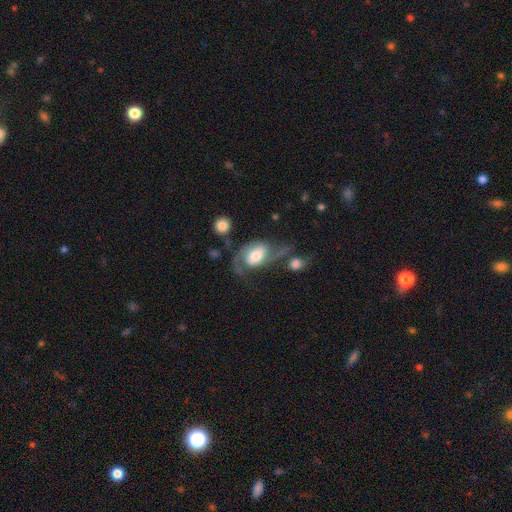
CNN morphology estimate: Smooth or featured?
  - featured or disk: 69% *
  - smooth: 25%
  - star or artifact: 6%
Edge-on disk?
  - no: 96% *
  - yes: 4%
Bar?
  - no: 46% *
  - weak: 39%
  - strong: 15%
Spiral arms?
  - yes: 88% *
  - no: 12%
Spiral winding?
  - loose: 45% *
  - medium: 41%
  - tight: 14%
Spiral arm count?
  - 2: 79% *
  - 1: 13%
  - can't tell: 5%
  - 3: 1%
  - 4: 1%
  - more than 4: 1%
Bulge size?
  - moderate: 55% *
  - large: 29%
  - small: 11%
  - dominant: 4%
  - none: 2%
Merging?
  - none: 34% *
  - major disturbance: 32%
  - minor disturbance: 19%
  - merger: 15%